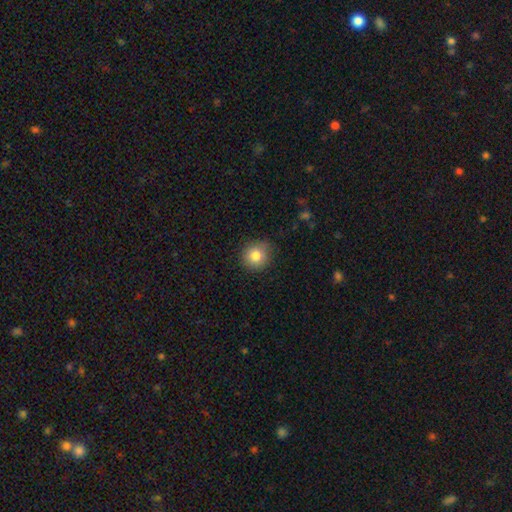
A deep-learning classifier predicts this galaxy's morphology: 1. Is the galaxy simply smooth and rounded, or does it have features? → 83% smooth, 10% star or artifact, 7% featured or disk.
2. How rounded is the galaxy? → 91% round, 8% in between, 1% cigar-shaped.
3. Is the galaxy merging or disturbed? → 84% none, 12% minor disturbance, 3% major disturbance, 1% merger.